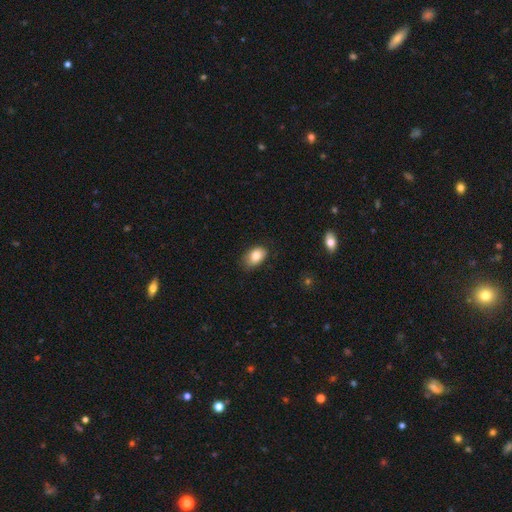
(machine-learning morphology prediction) Smooth or featured?
  - smooth: 80% *
  - featured or disk: 12%
  - star or artifact: 8%
How rounded?
  - in between: 88% *
  - round: 11%
  - cigar-shaped: 1%
Merging?
  - none: 75% *
  - minor disturbance: 20%
  - major disturbance: 3%
  - merger: 1%